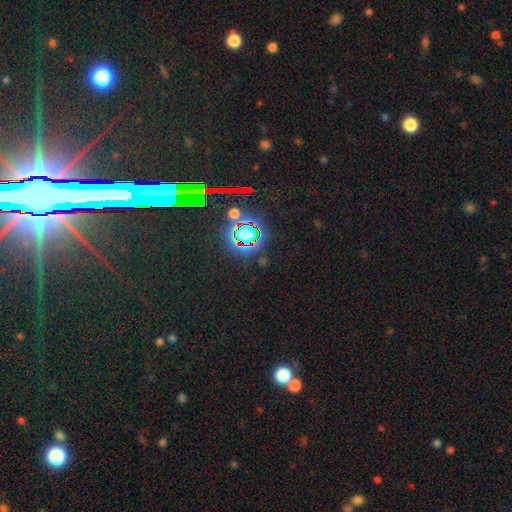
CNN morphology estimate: Smooth or featured: star or artifact — 79% (featured or disk — 11%)